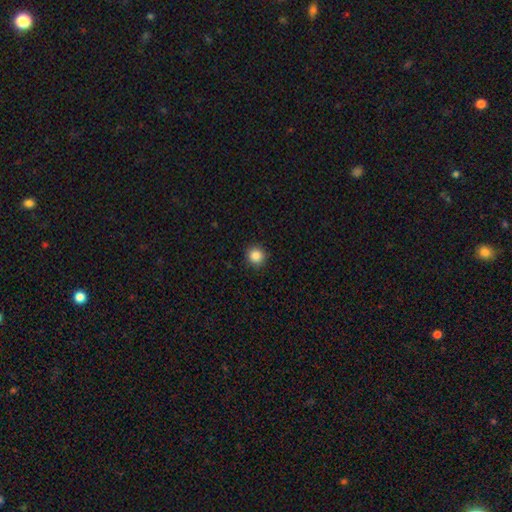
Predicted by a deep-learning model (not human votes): smooth 86%, star or artifact 10%, featured or disk 3%. Down the decision tree: how rounded — round (93%); merging — none (92%).